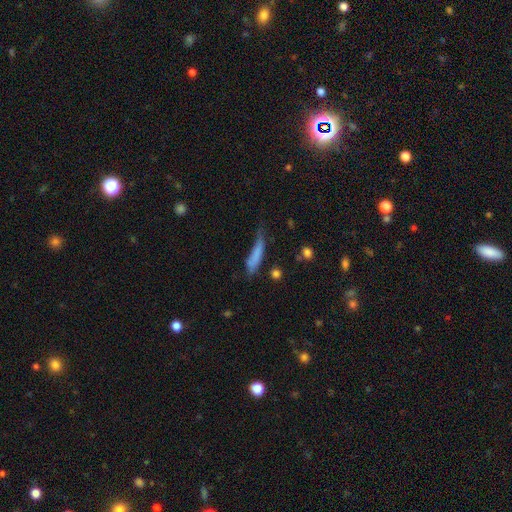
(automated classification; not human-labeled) Smooth or featured? Predicted: smooth (p=0.76). How rounded? Predicted: cigar-shaped (p=0.81). Merging? Predicted: none (p=0.43).